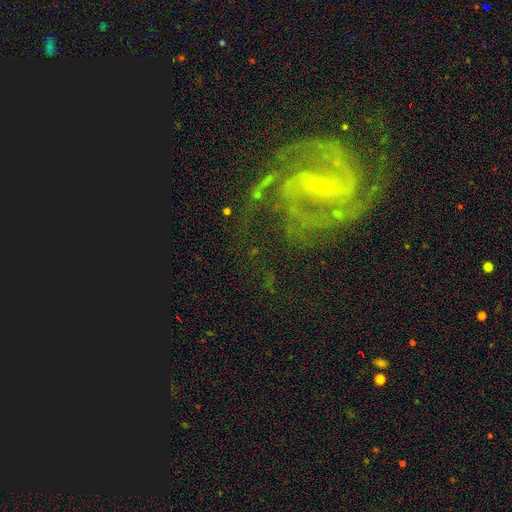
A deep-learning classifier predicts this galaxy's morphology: This appears to be a featured or disk galaxy (82%) with a strong bar (46%), 2 (49%) medium (47%) spiral arms (98%) and a small central bulge (80%). Merging: none (74%).